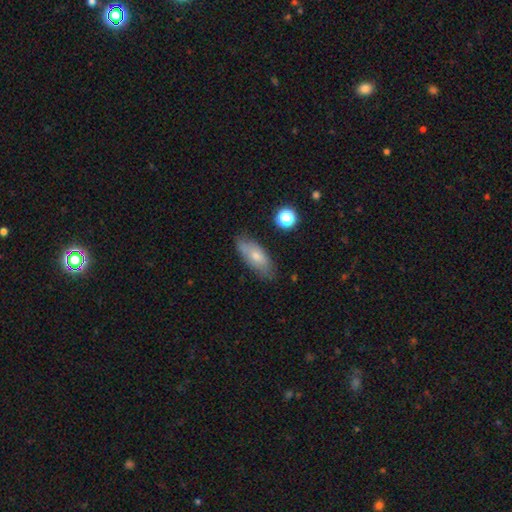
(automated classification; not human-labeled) A smooth galaxy with no disk features (67%) that is in between round and cigar-shaped (80%). Merging: none (74%).